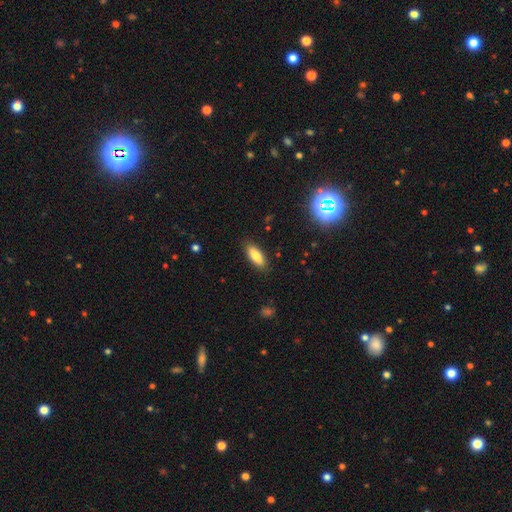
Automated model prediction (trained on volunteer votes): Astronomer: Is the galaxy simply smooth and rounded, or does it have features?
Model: smooth — 81%.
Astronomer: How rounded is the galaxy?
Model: in between — 72%.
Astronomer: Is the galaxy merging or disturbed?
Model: none — 87%.